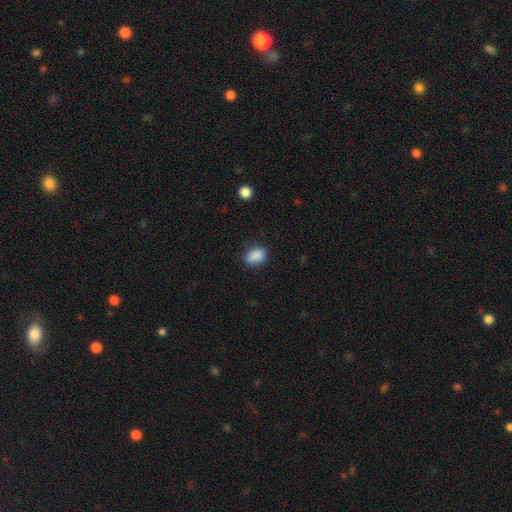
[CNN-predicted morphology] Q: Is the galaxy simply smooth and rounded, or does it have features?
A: smooth — 88%.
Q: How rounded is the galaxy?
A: in between — 80%.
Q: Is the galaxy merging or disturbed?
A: none — 78%.